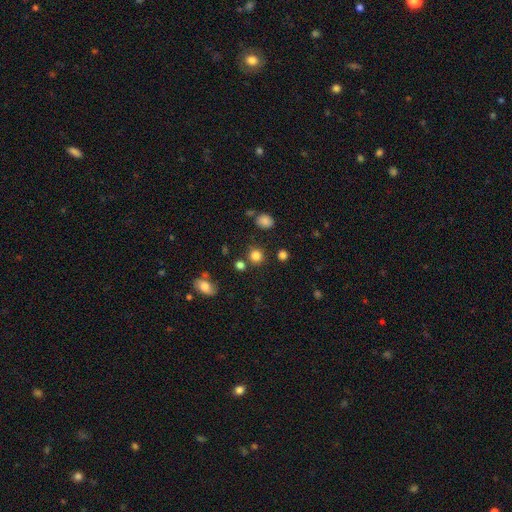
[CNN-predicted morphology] The model was most divided on "smooth or featured": smooth: 82%, star or artifact: 13%, featured or disk: 5%. More confident: how rounded — round (88%); merging — none (80%).